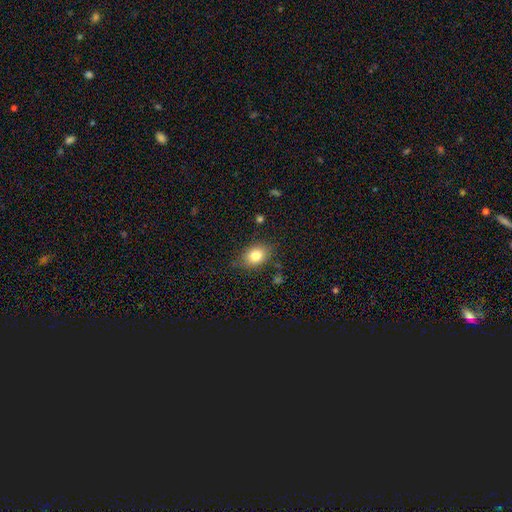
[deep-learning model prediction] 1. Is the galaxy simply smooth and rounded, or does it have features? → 81% smooth, 10% star or artifact, 10% featured or disk.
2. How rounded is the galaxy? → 59% in between, 39% round, 1% cigar-shaped.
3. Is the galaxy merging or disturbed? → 78% none, 16% minor disturbance, 4% major disturbance, 2% merger.